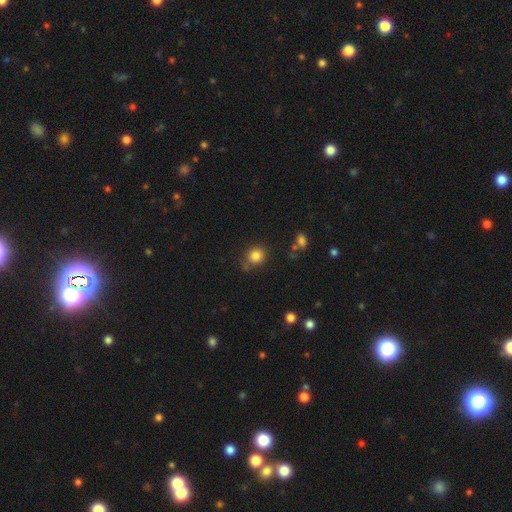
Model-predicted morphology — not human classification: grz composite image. It shows a smooth galaxy with no disk features (82%) that is round (86%). Merging: none (74%).